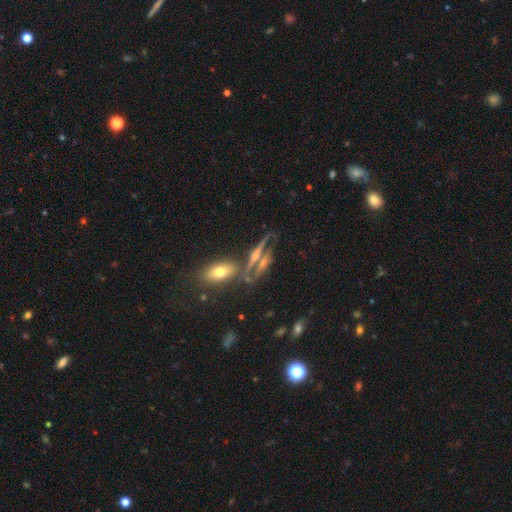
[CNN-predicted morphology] A featured or disk galaxy (64%) viewed edge-on (72%). Merging: none (52%).